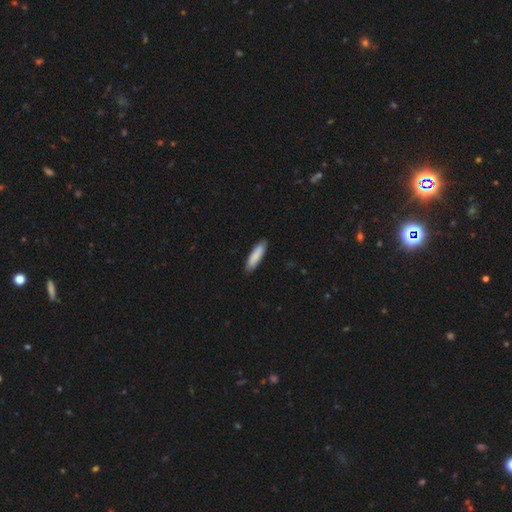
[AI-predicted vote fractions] Morphology: type=smooth (87%); roundness=cigar-shaped (70%); merging=none (88%).